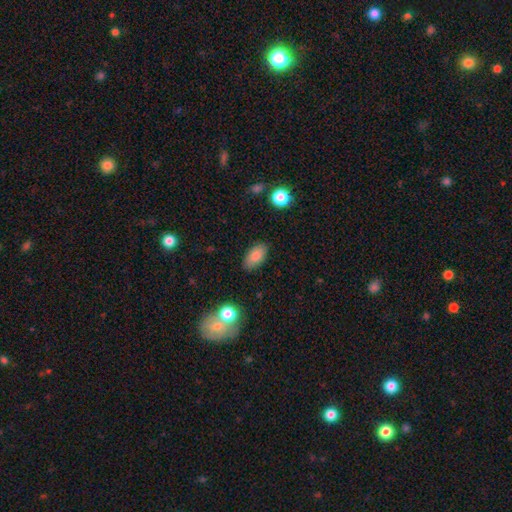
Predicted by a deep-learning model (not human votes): This appears to be a smooth galaxy with no disk features (84%) that is in between round and cigar-shaped (93%). Merging: none (86%).